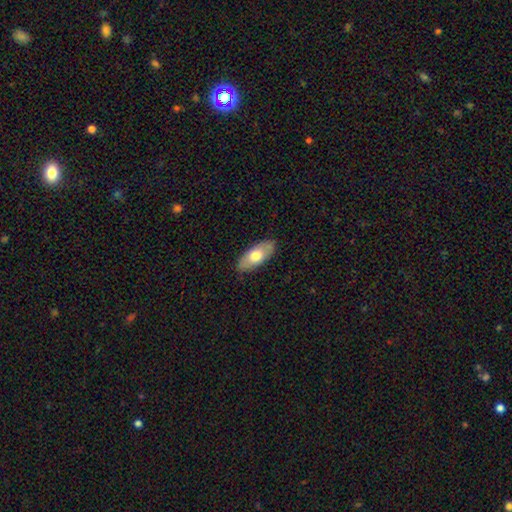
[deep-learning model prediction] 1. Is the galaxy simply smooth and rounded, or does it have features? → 68% smooth, 27% featured or disk, 5% star or artifact.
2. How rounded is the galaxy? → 86% in between, 11% cigar-shaped, 3% round.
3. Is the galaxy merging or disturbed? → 87% none, 10% minor disturbance, 2% major disturbance, 1% merger.